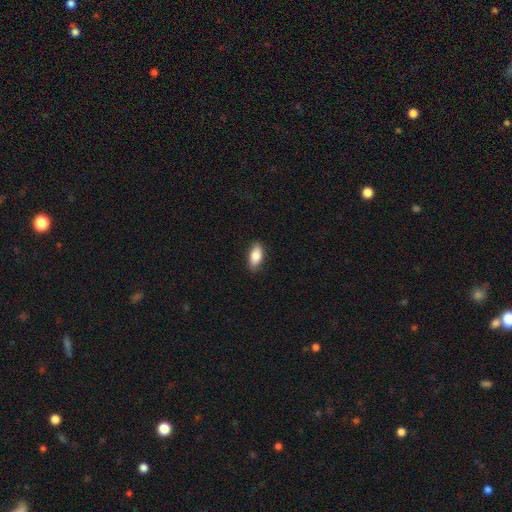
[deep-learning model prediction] Morphology: type=smooth (83%); roundness=in between (88%); merging=none (86%).